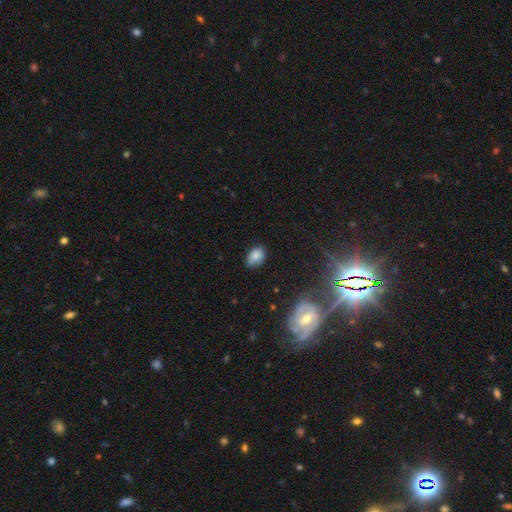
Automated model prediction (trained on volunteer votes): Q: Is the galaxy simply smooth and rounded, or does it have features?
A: smooth — 81%.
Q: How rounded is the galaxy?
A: in between — 81%.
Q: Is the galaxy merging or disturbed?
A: none — 63%.